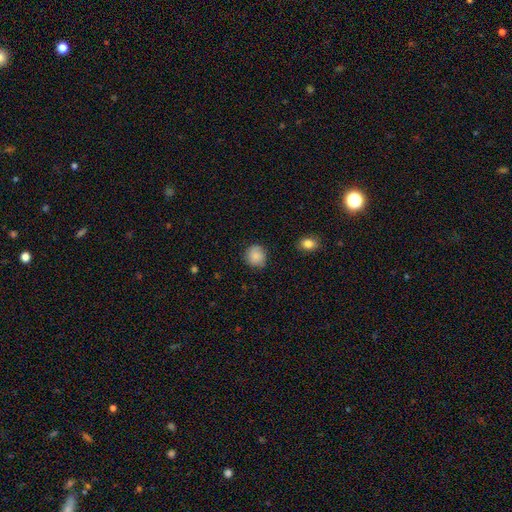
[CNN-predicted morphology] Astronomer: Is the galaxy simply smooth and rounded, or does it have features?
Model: smooth — 83%.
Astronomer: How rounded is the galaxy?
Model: round — 88%.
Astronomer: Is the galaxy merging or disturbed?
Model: none — 81%.